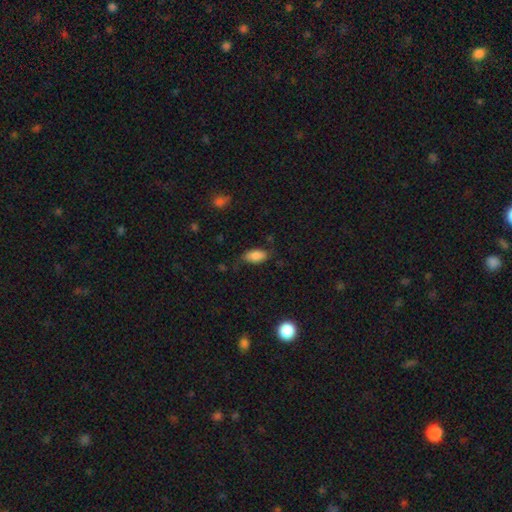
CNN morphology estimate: Q: Smooth or featured?
A: smooth (86%); runner-up: star or artifact (7%)
Q: How rounded?
A: in between (92%); runner-up: cigar-shaped (5%)
Q: Merging?
A: none (70%); runner-up: minor disturbance (22%)